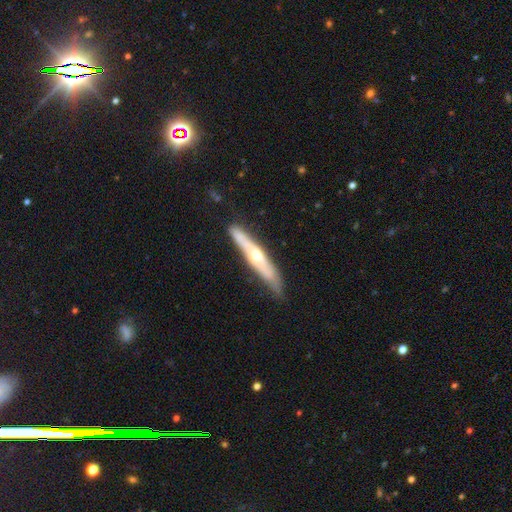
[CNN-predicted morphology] Overall: featured or disk (65%; smooth 30%). Edge-on disk: yes (81%). Edge-on bulge: rounded (79%). Merging: none (73%).